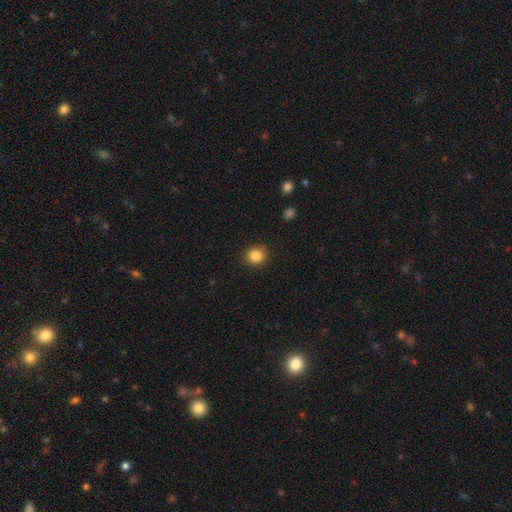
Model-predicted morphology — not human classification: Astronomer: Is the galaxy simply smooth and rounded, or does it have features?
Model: smooth — 85%.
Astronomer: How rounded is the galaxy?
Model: round — 91%.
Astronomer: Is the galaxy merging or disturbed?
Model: none — 89%.